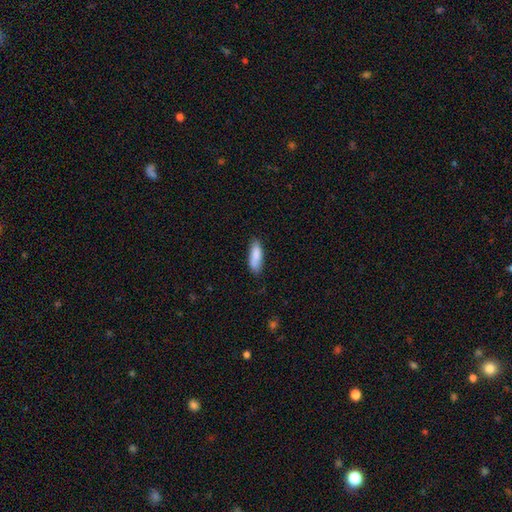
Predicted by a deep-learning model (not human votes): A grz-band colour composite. It shows a smooth galaxy with no disk features (86%) that is in between round and cigar-shaped (60%). Merging: none (76%).